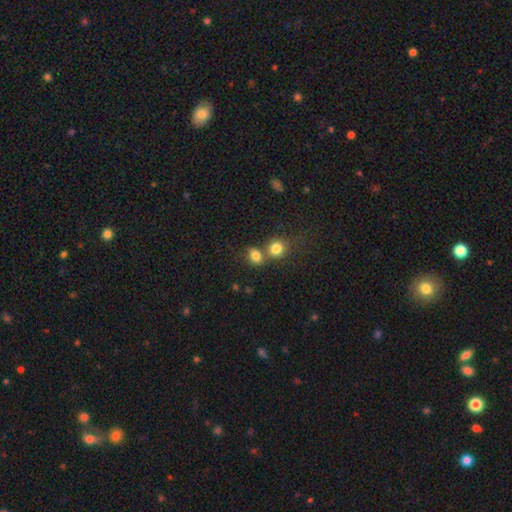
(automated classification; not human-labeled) smooth_or_featured: smooth (p=0.80) [alt: star or artifact p=0.12]
how_rounded: round (p=0.55) [alt: in between p=0.43]
merging: merger (p=0.44) [alt: none p=0.42]